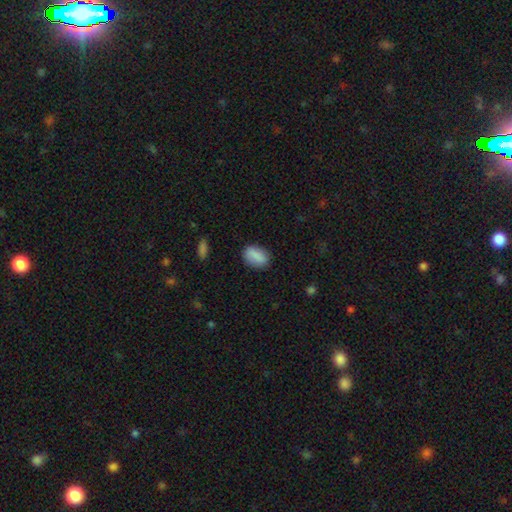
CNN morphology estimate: smooth 86%, star or artifact 7%, featured or disk 6%. Down the decision tree: how rounded — in between (84%); merging — none (84%).